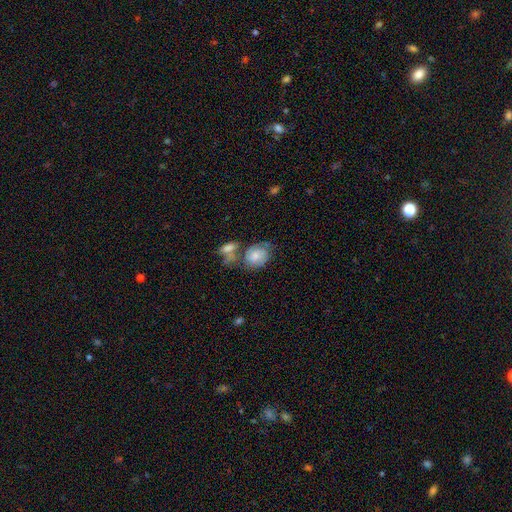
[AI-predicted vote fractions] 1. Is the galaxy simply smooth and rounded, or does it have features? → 49% smooth, 42% featured or disk, 8% star or artifact.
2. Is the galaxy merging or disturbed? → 38% none, 34% merger, 18% minor disturbance, 11% major disturbance.